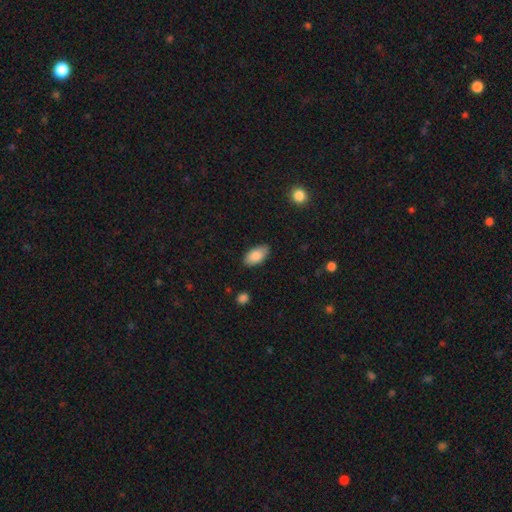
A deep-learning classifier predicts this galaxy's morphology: smooth-or-featured: smooth: 87% | star or artifact: 7% | featured or disk: 6%
  how-rounded: in between: 93% | cigar-shaped: 4% | round: 3%
  merging: none: 83% | minor disturbance: 13% | major disturbance: 3% | merger: 1%